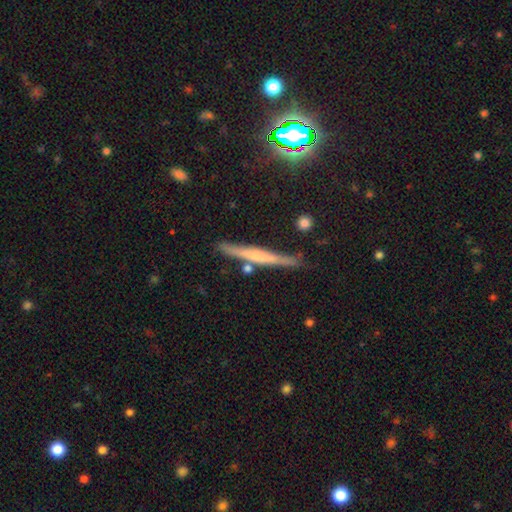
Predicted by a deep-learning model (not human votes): Morphology: type=featured or disk (54%); edge-on=yes (96%); edge-on bulge=rounded (47%); merging=none (79%).